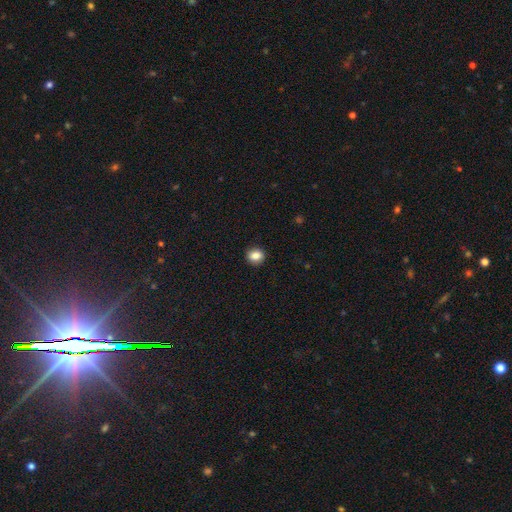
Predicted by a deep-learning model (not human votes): This appears to be a smooth galaxy with no disk features (85%) that is round (65%). Merging: none (89%).